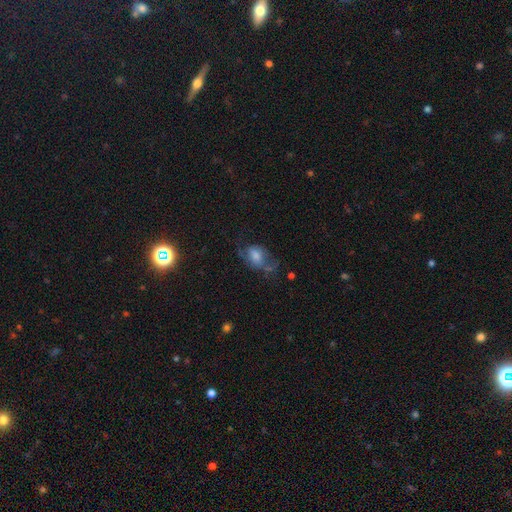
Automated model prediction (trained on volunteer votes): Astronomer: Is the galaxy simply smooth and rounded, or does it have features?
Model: featured or disk — 46% (runner-up: smooth, 44%).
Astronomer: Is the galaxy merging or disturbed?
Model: major disturbance — 36% (runner-up: none, 35%).